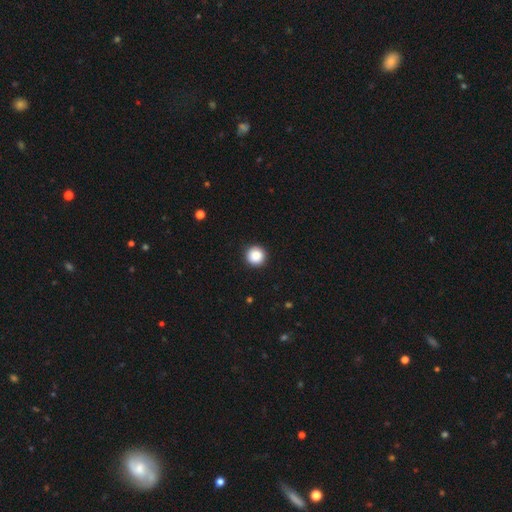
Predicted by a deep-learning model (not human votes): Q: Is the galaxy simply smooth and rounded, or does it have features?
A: smooth — 87%.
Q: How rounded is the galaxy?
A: round — 96%.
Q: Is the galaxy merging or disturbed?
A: none — 92%.